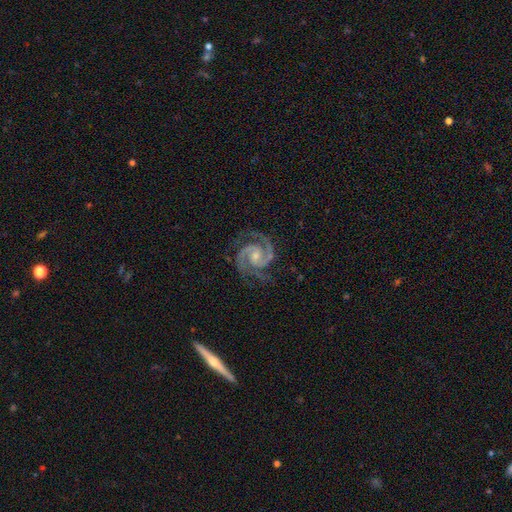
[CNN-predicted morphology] Smooth or featured?
  - featured or disk: 94% *
  - star or artifact: 4%
  - smooth: 2%
Edge-on disk?
  - no: 98% *
  - yes: 2%
Bar?
  - no: 53% *
  - weak: 34%
  - strong: 13%
Spiral arms?
  - yes: 99% *
  - no: 1%
Spiral winding?
  - medium: 49% *
  - tight: 47%
  - loose: 4%
Spiral arm count?
  - 2: 90% *
  - 3: 5%
  - can't tell: 1%
  - 4: 1%
  - 1: 1%
  - more than 4: 1%
Bulge size?
  - small: 54% *
  - moderate: 39%
  - none: 5%
  - large: 2%
  - dominant: 1%
Merging?
  - none: 82% *
  - minor disturbance: 13%
  - major disturbance: 4%
  - merger: 1%